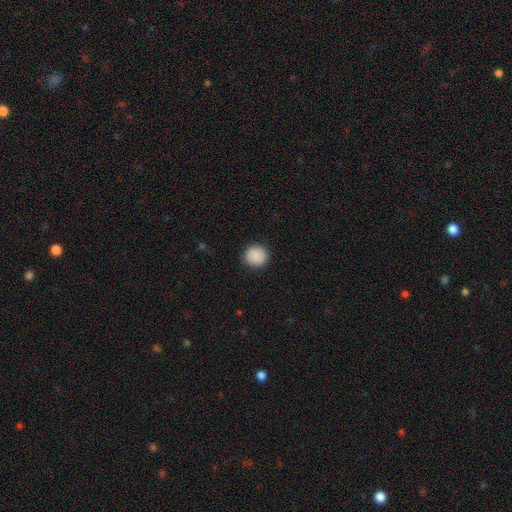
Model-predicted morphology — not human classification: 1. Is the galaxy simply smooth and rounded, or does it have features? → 89% smooth, 7% star or artifact, 3% featured or disk.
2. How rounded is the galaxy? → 91% round, 8% in between, 1% cigar-shaped.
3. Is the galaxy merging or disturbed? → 90% none, 7% minor disturbance, 2% major disturbance, 1% merger.